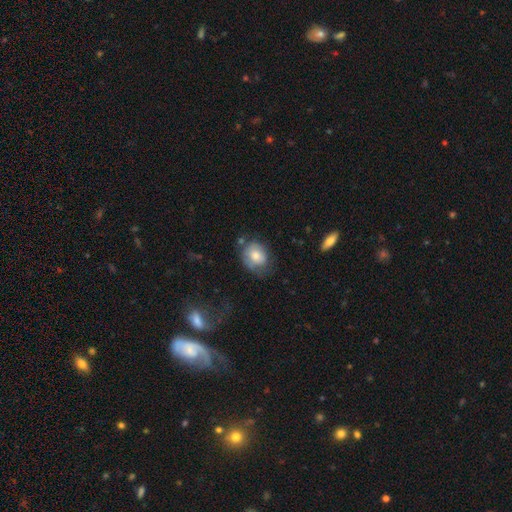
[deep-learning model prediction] Smooth or featured? smooth (70%)
How rounded? in between (52%)
Merging? none (52%)